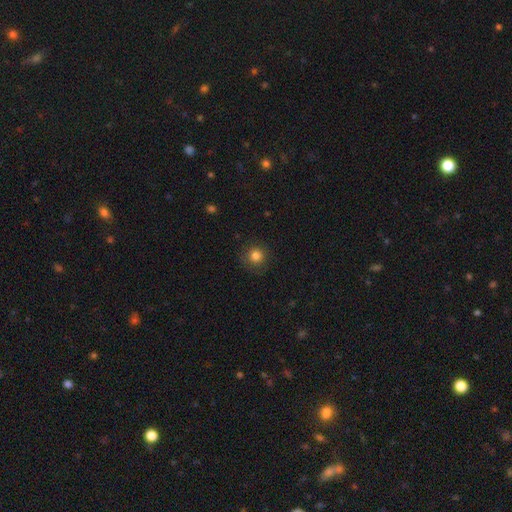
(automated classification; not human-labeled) This appears to be a smooth galaxy with no disk features (82%) that is round (94%). Merging: none (87%).